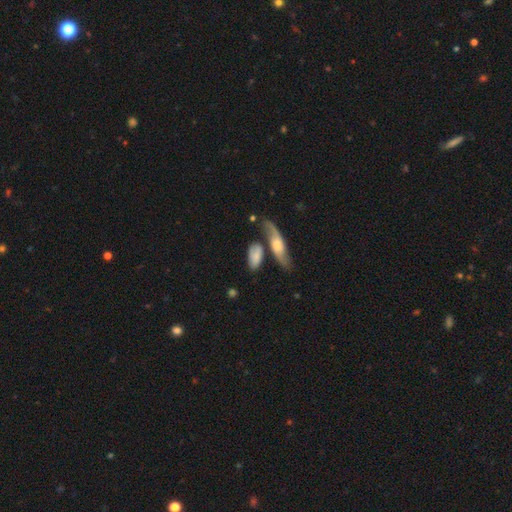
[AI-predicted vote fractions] smooth-or-featured: smooth: 65% | featured or disk: 28% | star or artifact: 7%
  how-rounded: in between: 81% | cigar-shaped: 14% | round: 6%
  merging: none: 52% | merger: 20% | minor disturbance: 20% | major disturbance: 8%